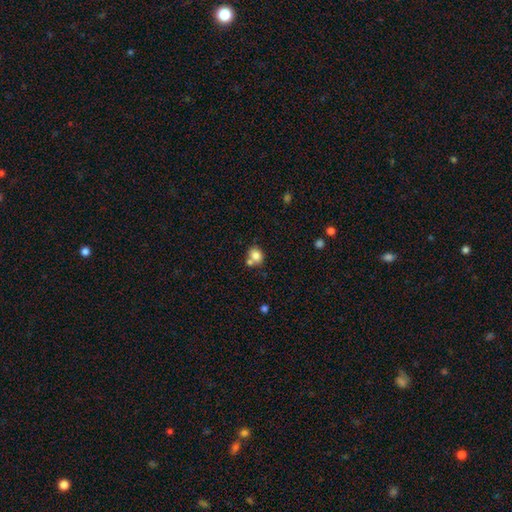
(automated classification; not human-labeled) The model was most divided on "how rounded": round: 55%, in between: 44%, cigar-shaped: 1%. Remaining: smooth or featured — smooth (80%); merging — none (50%).